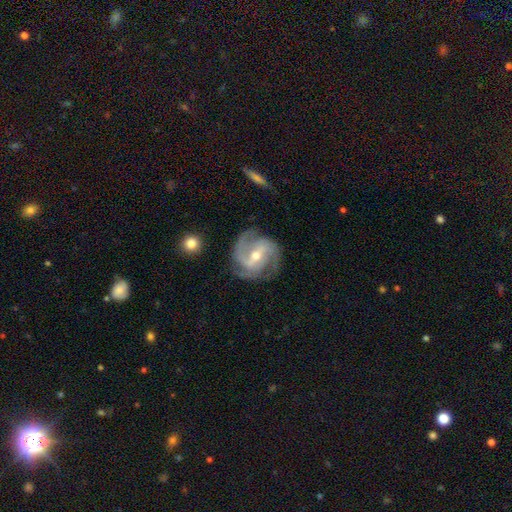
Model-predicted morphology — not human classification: Overall: featured or disk (89%). Edge-on disk: no (97%). Bar: weak (42%; strong 41%). Spiral arms: yes (97%). Spiral arm count: 2 (39%; 3 38%). Spiral winding: medium (49%; tight 35%). Bulge size: moderate (53%; small 44%). Merging: none (75%).